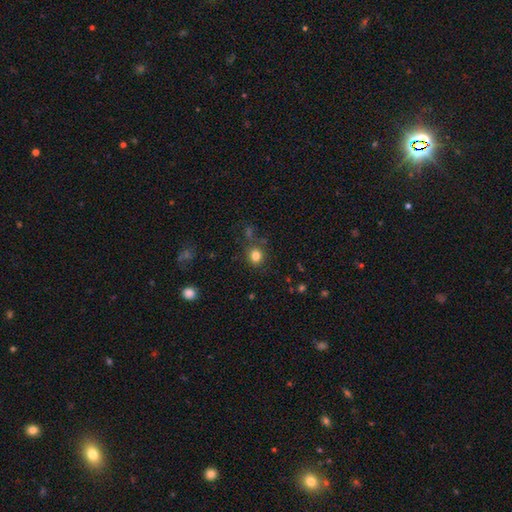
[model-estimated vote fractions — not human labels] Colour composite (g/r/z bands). It shows a smooth galaxy with no disk features (81%) that is round (84%). Merging: none (82%).